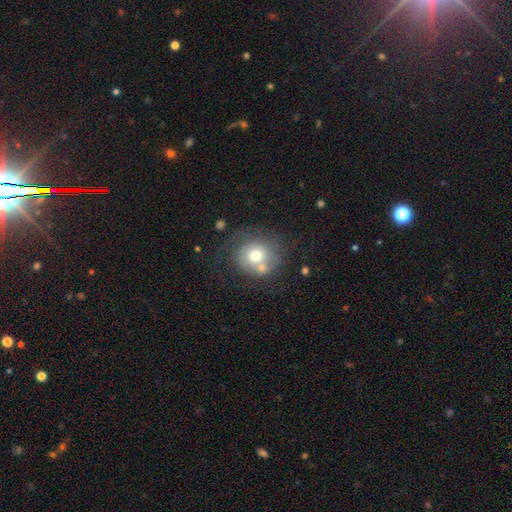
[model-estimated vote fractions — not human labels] smooth_or_featured: smooth (p=0.58) [alt: featured or disk p=0.31]
how_rounded: round (p=0.84) [alt: in between p=0.16]
merging: none (p=0.45) [alt: merger p=0.23]